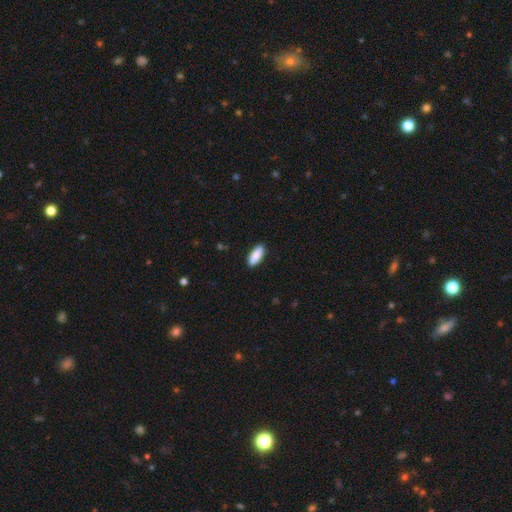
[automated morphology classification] A smooth galaxy with no disk features (89%) that is in between round and cigar-shaped (74%). Merging: none (90%).